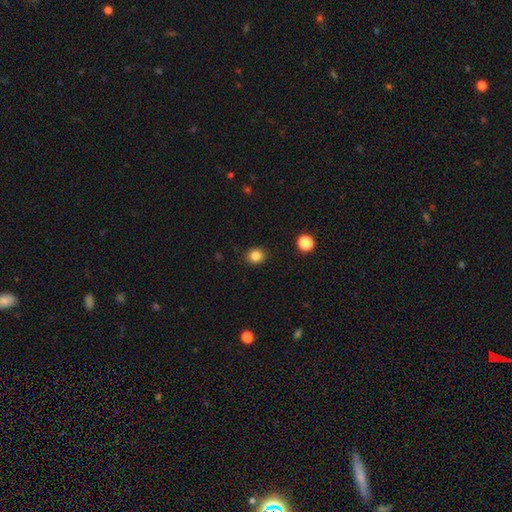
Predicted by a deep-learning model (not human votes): Overall: smooth (84%). How rounded: round (76%). Merging: none (90%).